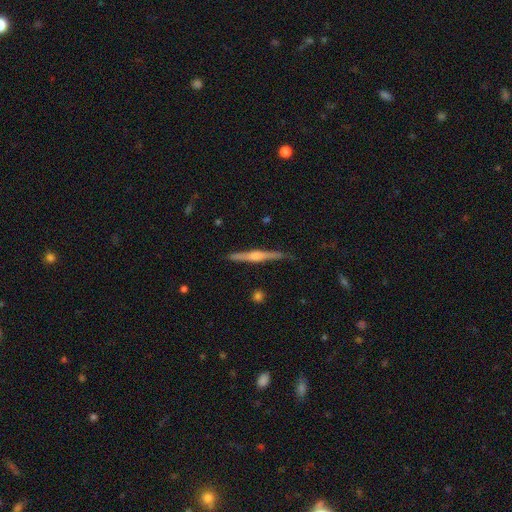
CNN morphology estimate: This appears to be a featured or disk galaxy (74%) viewed edge-on (98%) with a rounded central bulge (72%). Merging: none (86%).